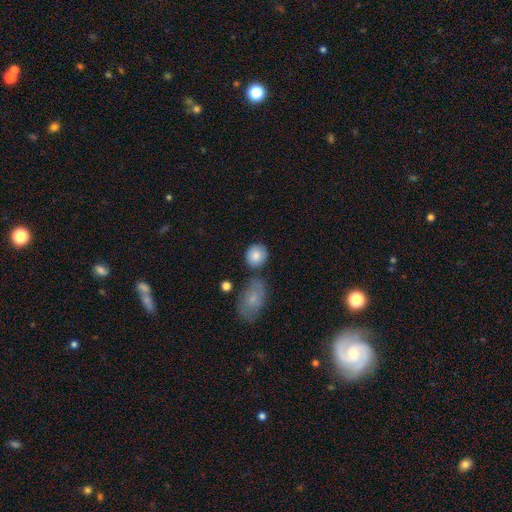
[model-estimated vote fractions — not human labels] This is clearly a smooth galaxy (85%). How rounded: clearly round (83%). Merging: likely none (72%).